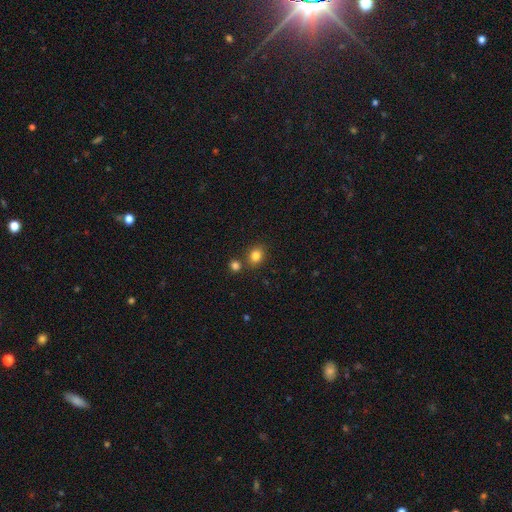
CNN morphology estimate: smooth 83%, star or artifact 11%, featured or disk 6%. Down the decision tree: how rounded — round (59%); merging — none (74%).